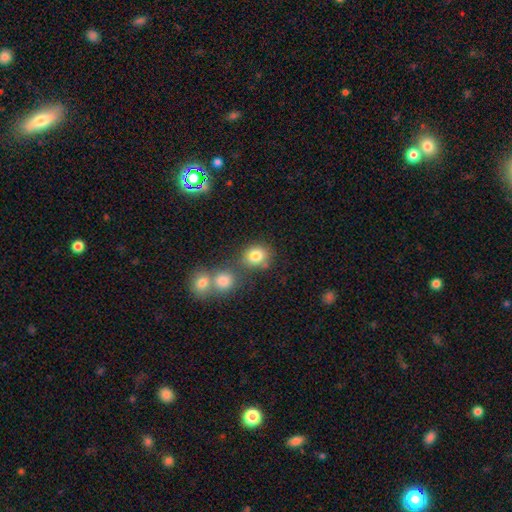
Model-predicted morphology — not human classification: Smooth or featured: smooth — 82% (star or artifact — 11%)
How rounded: round — 70% (in between — 29%)
Merging: none — 61% (merger — 22%)